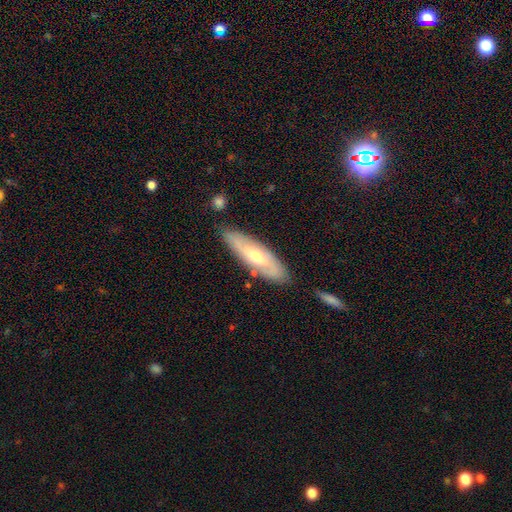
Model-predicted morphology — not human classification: smooth-or-featured: featured or disk: 53% | smooth: 41% | star or artifact: 6%
  disk-edge-on: no: 67% | yes: 33%
  merging: none: 81% | minor disturbance: 13% | merger: 3% | major disturbance: 3%